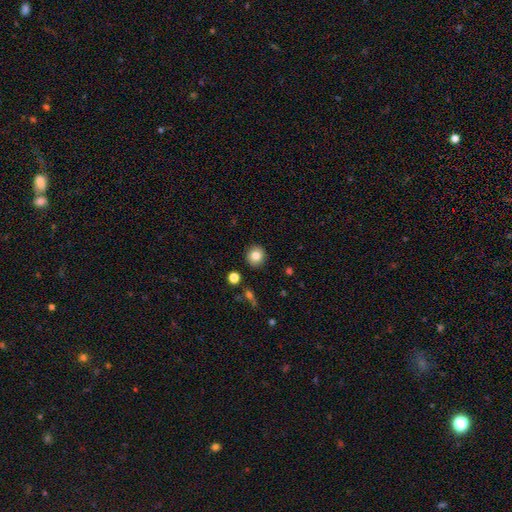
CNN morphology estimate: smooth 83%, star or artifact 10%, featured or disk 8%. Down the decision tree: how rounded — round (88%); merging — none (90%).